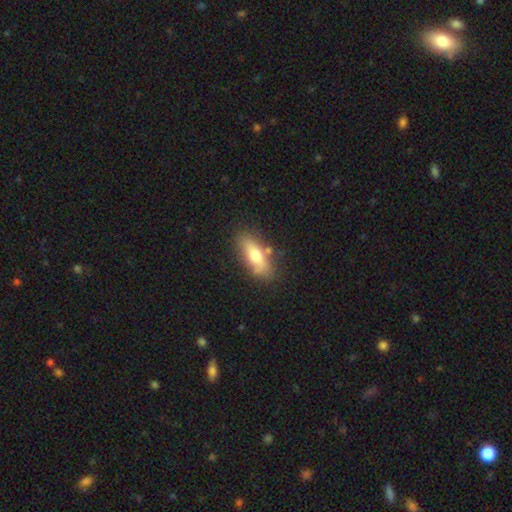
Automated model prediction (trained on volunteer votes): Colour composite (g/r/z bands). It shows a smooth galaxy with no disk features (68%) that is in between round and cigar-shaped (69%). Merging: none (73%).